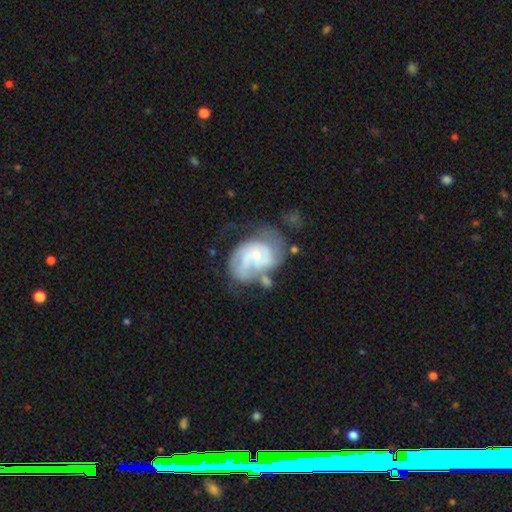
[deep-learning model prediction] Smooth or featured? Predicted: featured or disk (p=0.75). Edge-on disk? Predicted: no (p=0.98). Bar? Predicted: no (p=0.64). Spiral arms? Predicted: yes (p=0.85). Spiral winding? Predicted: tight (p=0.41). Spiral arm count? Predicted: 2 (p=0.36). Bulge size? Predicted: small (p=0.65). Merging? Predicted: none (p=0.37).